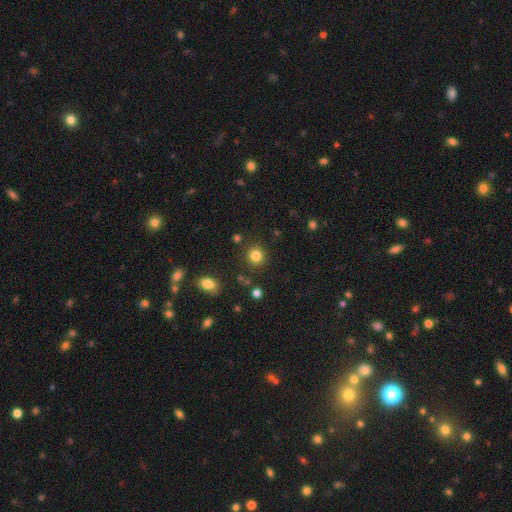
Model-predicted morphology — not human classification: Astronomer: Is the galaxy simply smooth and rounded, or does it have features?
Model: smooth — 83%.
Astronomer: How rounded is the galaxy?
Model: round — 89%.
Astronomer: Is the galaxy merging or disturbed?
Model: none — 87%.